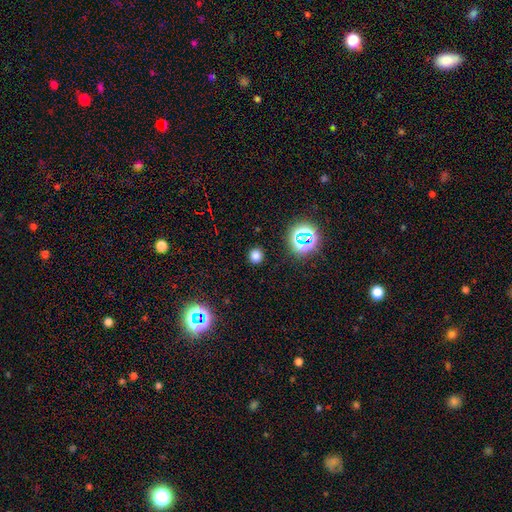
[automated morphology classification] Smooth or featured? smooth (72%)
How rounded? round (87%)
Merging? none (90%)